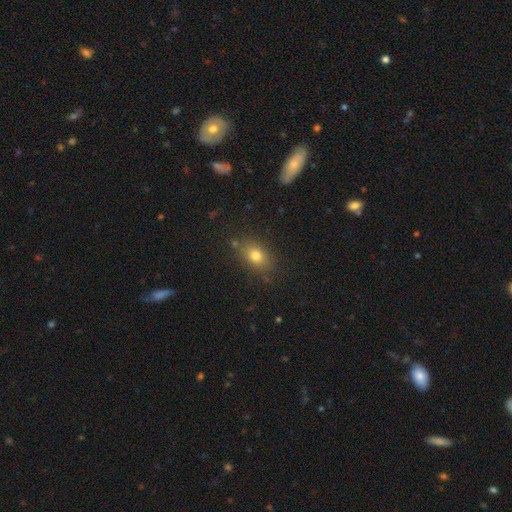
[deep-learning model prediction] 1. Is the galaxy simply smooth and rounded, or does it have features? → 76% smooth, 13% star or artifact, 11% featured or disk.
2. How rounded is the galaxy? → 74% in between, 22% round, 3% cigar-shaped.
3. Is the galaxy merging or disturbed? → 79% none, 13% minor disturbance, 4% merger, 4% major disturbance.